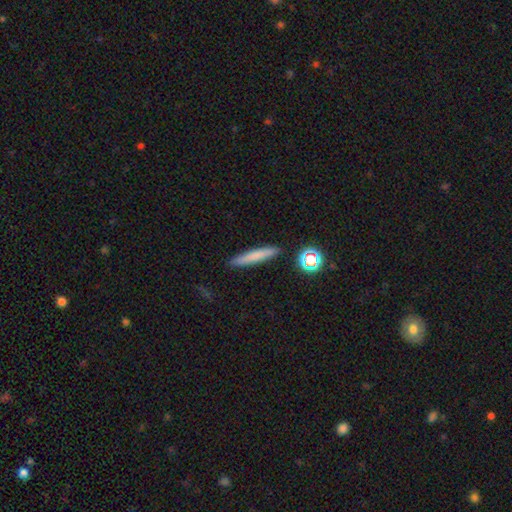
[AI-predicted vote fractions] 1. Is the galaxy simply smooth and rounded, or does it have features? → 74% smooth, 17% featured or disk, 9% star or artifact.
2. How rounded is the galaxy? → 93% cigar-shaped, 5% in between, 2% round.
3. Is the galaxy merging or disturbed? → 90% none, 7% minor disturbance, 2% major disturbance, 2% merger.